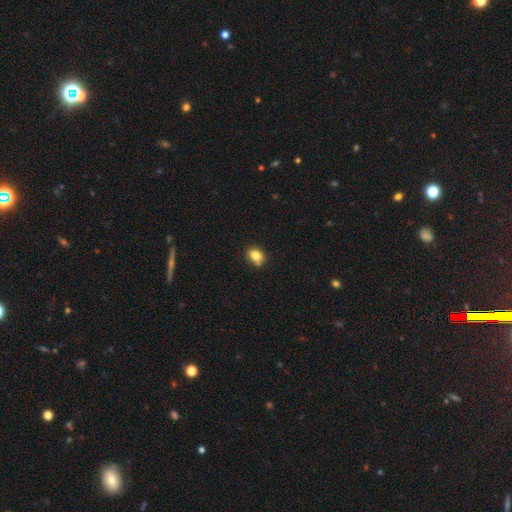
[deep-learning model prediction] Overall: smooth (82%). How rounded: in between (61%; round 38%). Merging: none (74%).